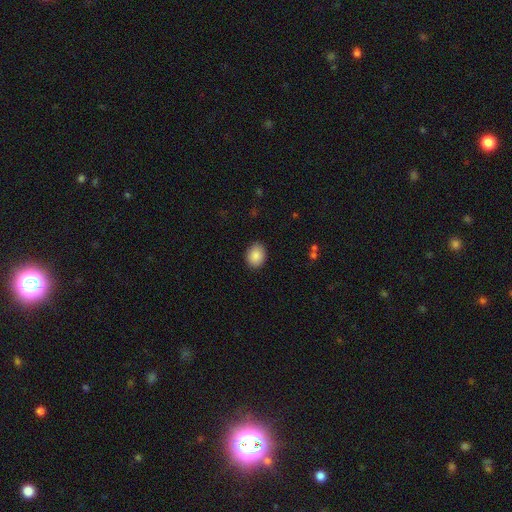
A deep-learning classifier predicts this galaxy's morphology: Overall: smooth (88%). How rounded: in between (59%; round 40%). Merging: none (87%).